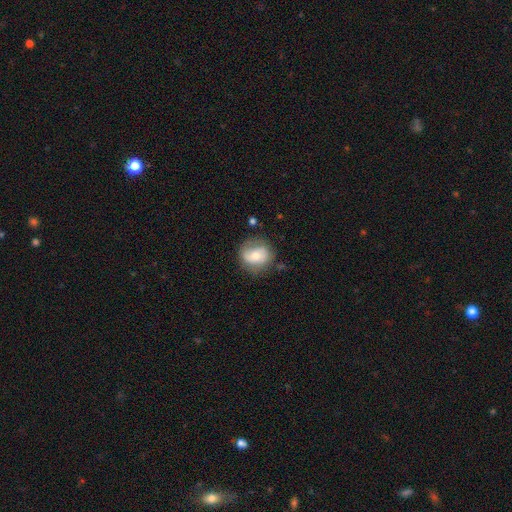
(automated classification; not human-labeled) Overall: smooth (55%; featured or disk 37%). How rounded: round (75%). Merging: none (67%).